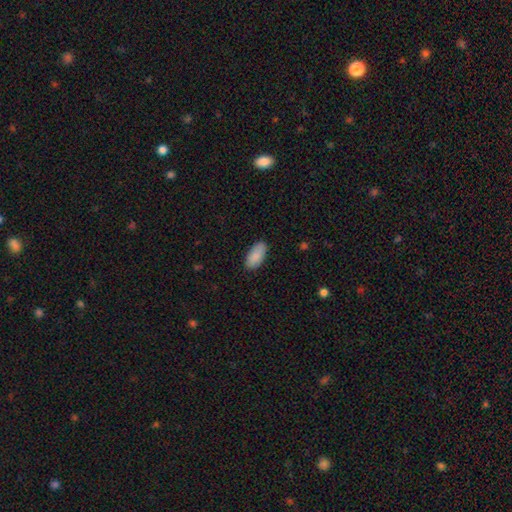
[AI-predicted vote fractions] Morphology: type=smooth (89%); roundness=in between (93%); merging=none (86%).